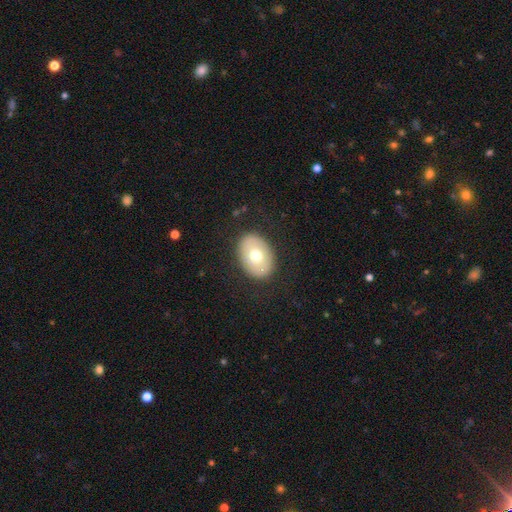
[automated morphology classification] The model was most divided on "smooth or featured": smooth: 65%, featured or disk: 28%, star or artifact: 7%. More confident: merging — none (86%); how rounded — in between (79%).